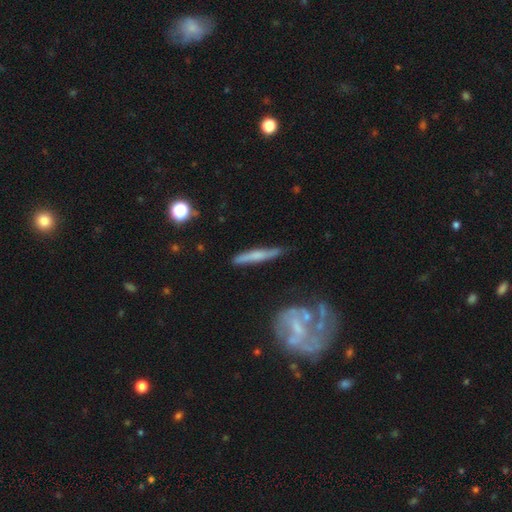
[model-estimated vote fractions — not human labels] Overall: featured or disk (48%; smooth 45%). Merging: none (79%).